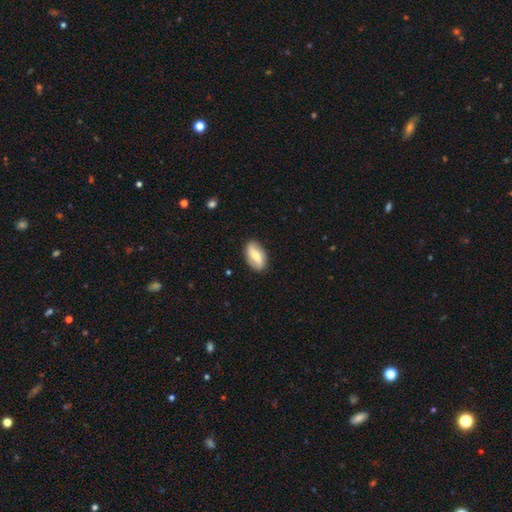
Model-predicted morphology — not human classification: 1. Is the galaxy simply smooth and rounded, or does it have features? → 51% smooth, 43% featured or disk, 6% star or artifact.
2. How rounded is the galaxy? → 89% in between, 6% cigar-shaped, 5% round.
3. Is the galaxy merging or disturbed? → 87% none, 10% minor disturbance, 2% major disturbance, 1% merger.